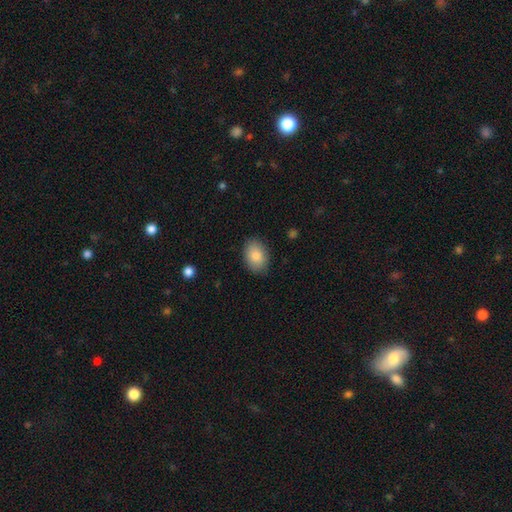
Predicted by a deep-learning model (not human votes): Smooth or featured? smooth (86%)
How rounded? in between (79%)
Merging? none (87%)